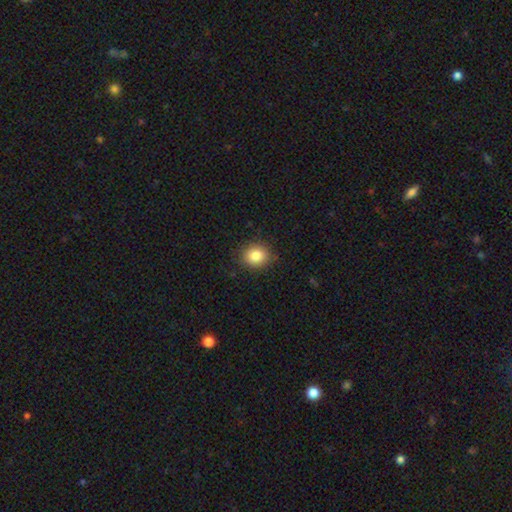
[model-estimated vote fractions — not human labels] Smooth or featured: smooth — 85% (star or artifact — 10%)
How rounded: round — 73% (in between — 26%)
Merging: none — 87% (minor disturbance — 9%)